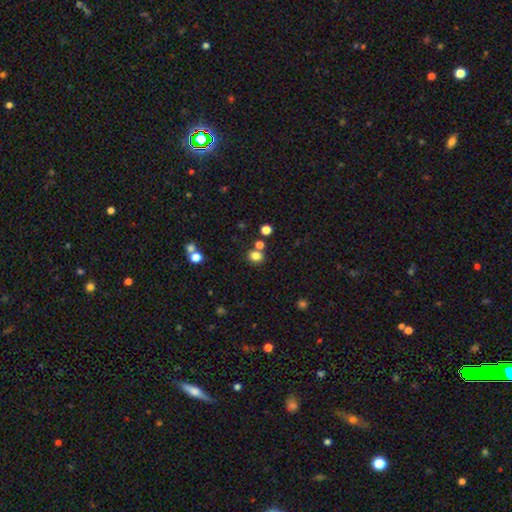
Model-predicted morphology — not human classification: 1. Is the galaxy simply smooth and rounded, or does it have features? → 80% smooth, 14% star or artifact, 6% featured or disk.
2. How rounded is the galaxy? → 61% round, 38% in between, 1% cigar-shaped.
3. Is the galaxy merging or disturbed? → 68% none, 17% merger, 10% minor disturbance, 4% major disturbance.